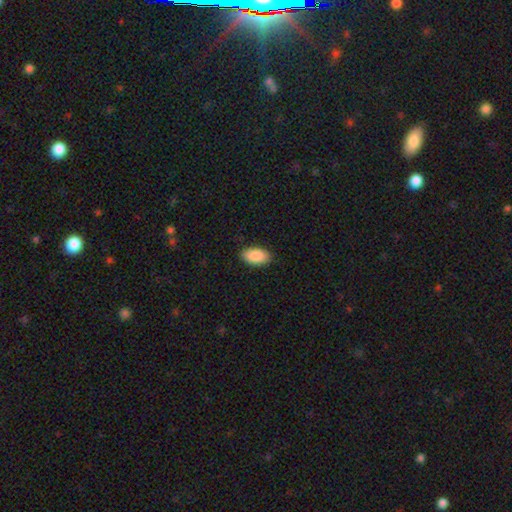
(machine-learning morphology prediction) type=smooth (90%); roundness=in between (95%); merging=none (88%).